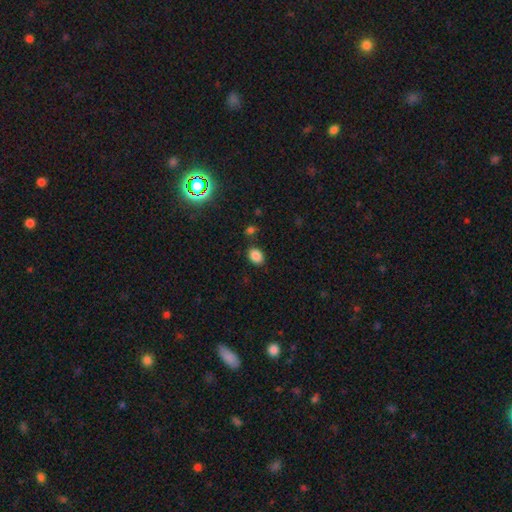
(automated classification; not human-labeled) Q: Smooth or featured?
A: smooth (84%); runner-up: star or artifact (11%)
Q: How rounded?
A: in between (73%); runner-up: round (26%)
Q: Merging?
A: none (81%); runner-up: minor disturbance (11%)